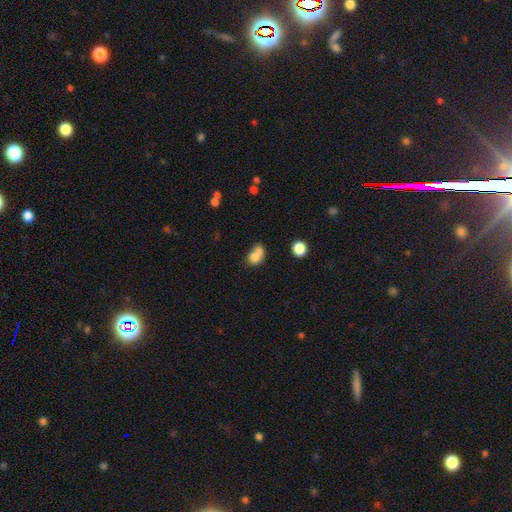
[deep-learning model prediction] Q: Smooth or featured?
A: smooth (74%); runner-up: featured or disk (15%)
Q: How rounded?
A: round (52%); runner-up: in between (46%)
Q: Merging?
A: merger (64%); runner-up: none (23%)